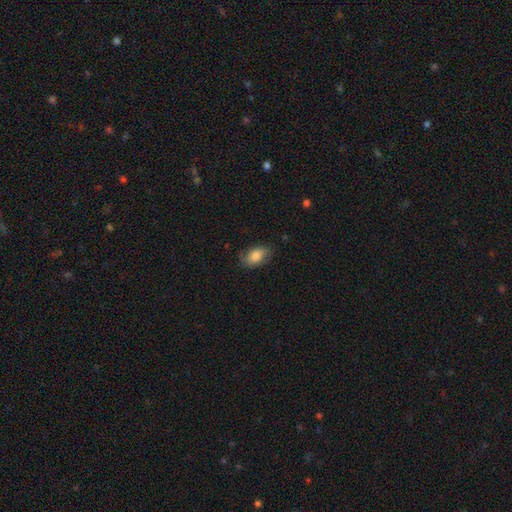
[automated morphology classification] Smooth or featured?
  - smooth: 74% *
  - featured or disk: 18%
  - star or artifact: 7%
How rounded?
  - in between: 89% *
  - round: 9%
  - cigar-shaped: 2%
Merging?
  - none: 72% *
  - minor disturbance: 21%
  - major disturbance: 5%
  - merger: 1%